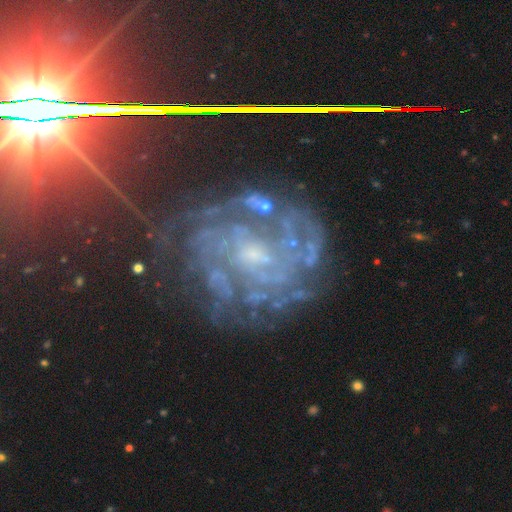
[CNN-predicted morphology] Smooth or featured? featured or disk (77%)
Edge-on disk? no (97%)
Bar? no (61%)
Spiral arms? yes (91%)
Spiral winding? tight (62%)
Spiral arm count? can't tell (40%)
Bulge size? small (58%)
Merging? none (68%)